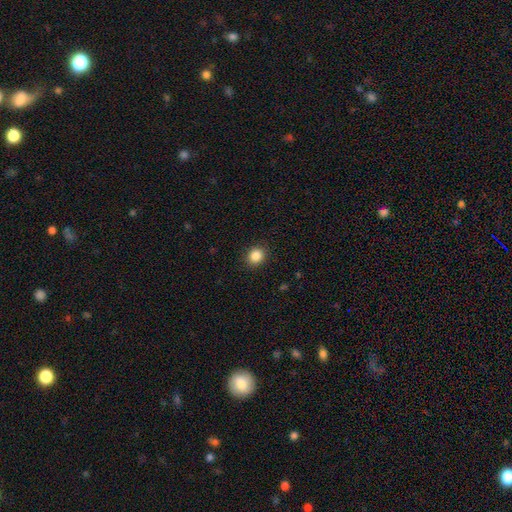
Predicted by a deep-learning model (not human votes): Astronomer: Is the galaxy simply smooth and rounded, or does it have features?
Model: smooth — 86%.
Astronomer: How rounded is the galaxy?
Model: round — 78%.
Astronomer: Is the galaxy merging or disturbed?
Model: none — 90%.